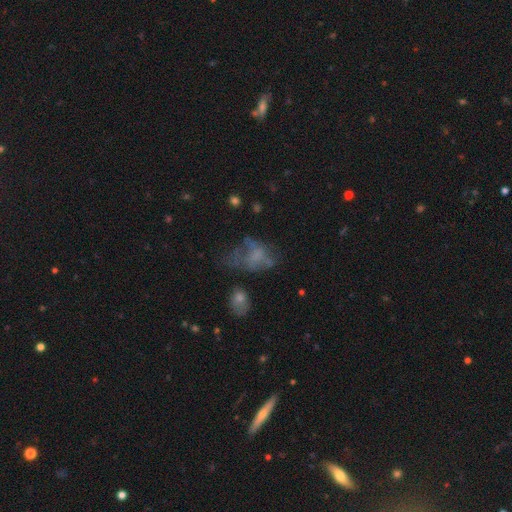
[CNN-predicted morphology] A smooth galaxy with no disk features (45%).

Vote fractions:
- Smooth or featured? smooth: 45% / featured or disk: 37% / star or artifact: 18%
- Merging? major disturbance: 38% / none: 29% / minor disturbance: 21% / merger: 12%